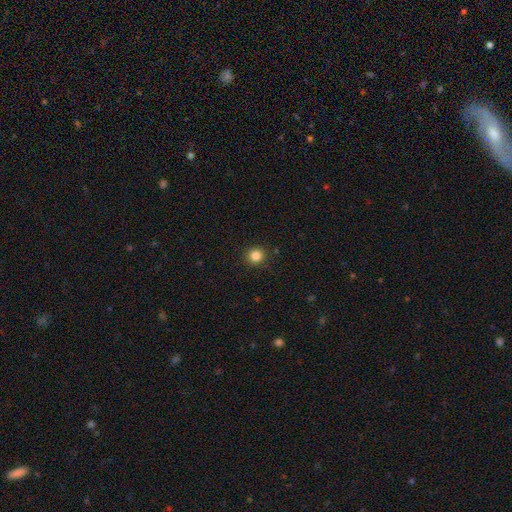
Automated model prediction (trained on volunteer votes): This appears to be a smooth galaxy with no disk features (84%) that is round (91%). Merging: none (90%).